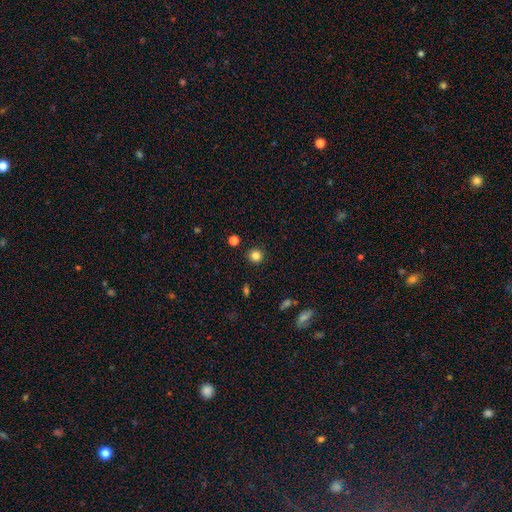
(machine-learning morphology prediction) Smooth or featured: smooth — 83% (star or artifact — 12%)
How rounded: round — 94% (in between — 5%)
Merging: none — 92% (minor disturbance — 5%)